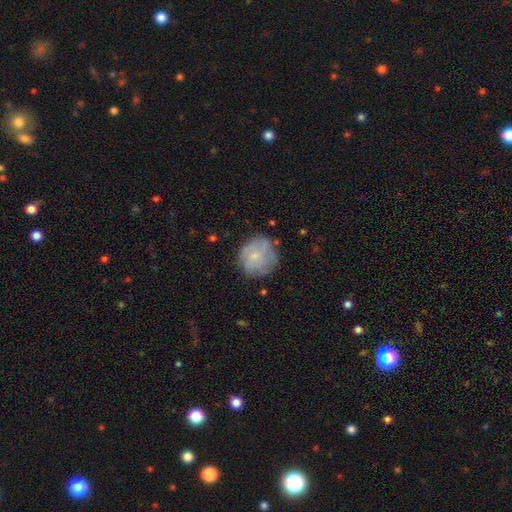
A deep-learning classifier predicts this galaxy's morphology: The model was most divided on "smooth or featured": smooth: 52%, featured or disk: 40%, star or artifact: 8%. More confident: how rounded — round (84%); merging — none (69%).